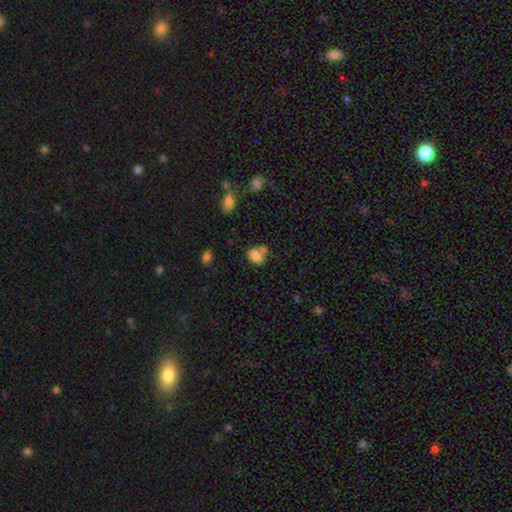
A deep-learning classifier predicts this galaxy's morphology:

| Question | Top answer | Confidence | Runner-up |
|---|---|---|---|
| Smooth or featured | smooth | 81% | star or artifact (10%) |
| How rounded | in between | 57% | round (42%) |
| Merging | none | 43% | merger (33%) |